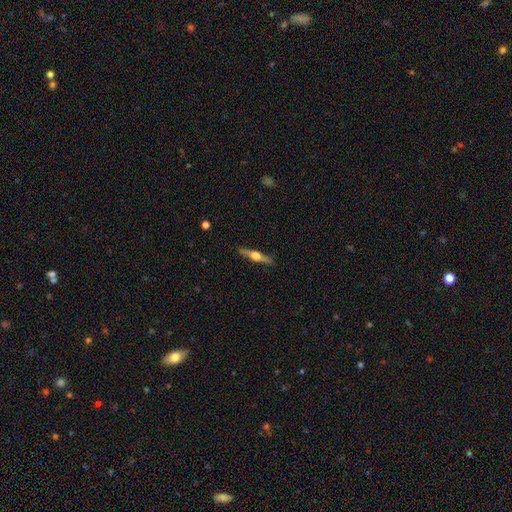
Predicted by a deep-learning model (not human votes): A featured or disk galaxy (72%) viewed edge-on (98%) with a rounded central bulge (95%).

Vote fractions:
- Smooth or featured? featured or disk: 72% / smooth: 23% / star or artifact: 5%
- Edge-on disk? yes: 98% / no: 2%
- Edge-on bulge? rounded: 95% / boxy: 3% / none: 2%
- Merging? none: 90% / minor disturbance: 7% / major disturbance: 2% / merger: 1%